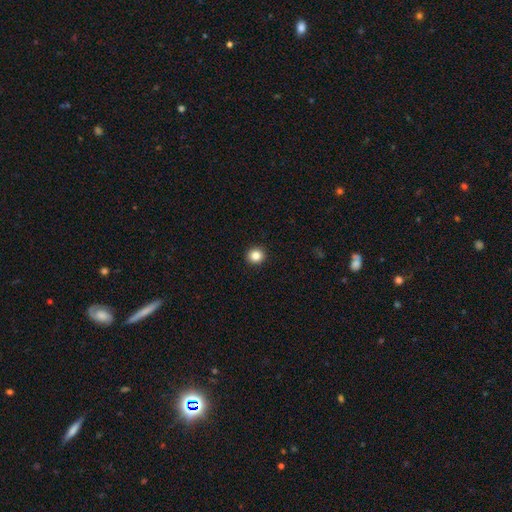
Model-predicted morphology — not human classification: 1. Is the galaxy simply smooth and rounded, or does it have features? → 84% smooth, 11% star or artifact, 5% featured or disk.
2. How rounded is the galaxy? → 93% round, 6% in between, 1% cigar-shaped.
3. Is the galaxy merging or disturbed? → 94% none, 4% minor disturbance, 1% major disturbance, 1% merger.